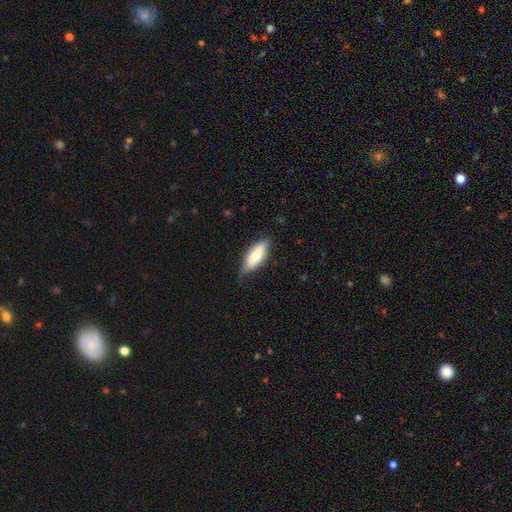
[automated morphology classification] Smooth or featured: smooth — 70% (featured or disk — 24%)
How rounded: in between — 70% (cigar-shaped — 28%)
Merging: none — 71% (minor disturbance — 24%)